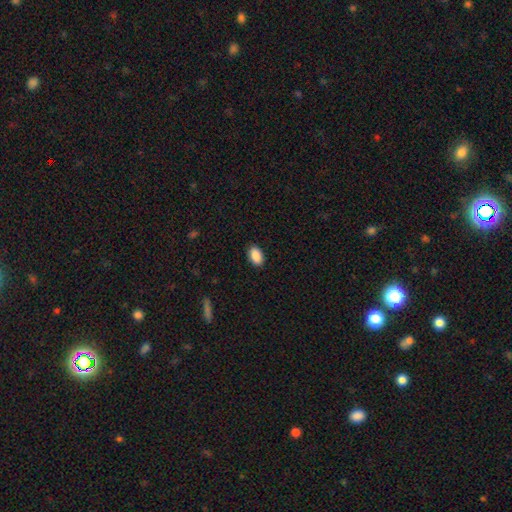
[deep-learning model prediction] Smooth or featured: smooth — 90% (star or artifact — 7%)
How rounded: in between — 93% (round — 5%)
Merging: none — 90% (minor disturbance — 8%)